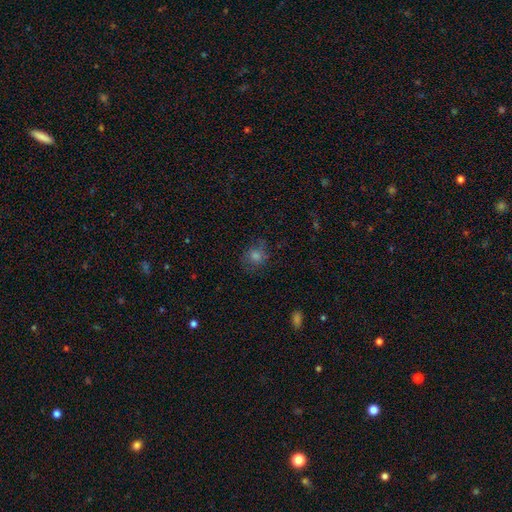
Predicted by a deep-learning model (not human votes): Smooth or featured? smooth (56%)
How rounded? round (77%)
Merging? none (74%)